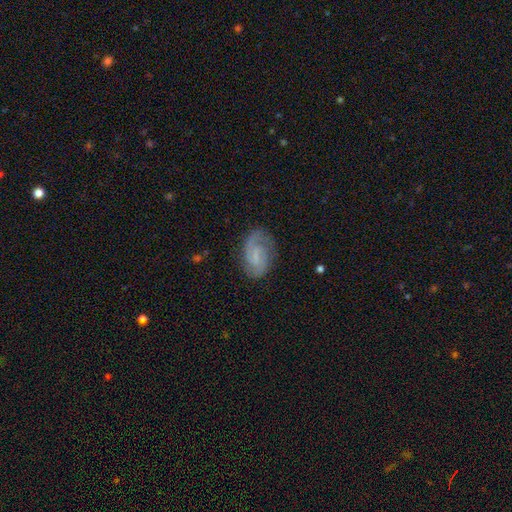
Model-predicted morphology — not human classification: Smooth or featured: featured or disk — 73% (smooth — 20%)
Edge-on disk: no — 97% (yes — 3%)
Bar: weak — 50% (no — 37%)
Spiral arms: yes — 93% (no — 7%)
Spiral winding: medium — 46% (tight — 34%)
Spiral arm count: 2 — 79% (can't tell — 9%)
Bulge size: none — 50% (small — 34%)
Merging: none — 75% (minor disturbance — 17%)